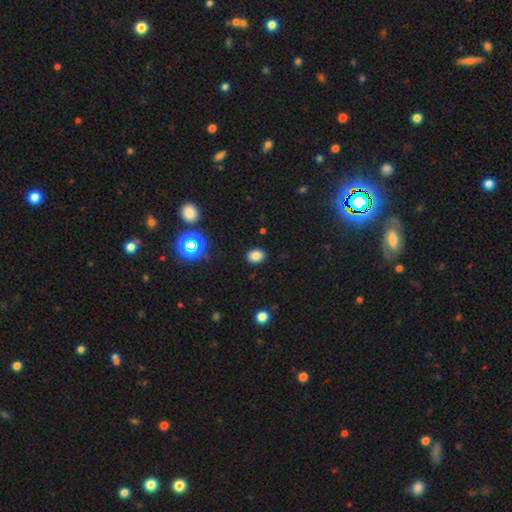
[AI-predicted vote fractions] smooth 81%, star or artifact 14%, featured or disk 5%. Down the decision tree: how rounded — in between (60%); merging — none (89%).